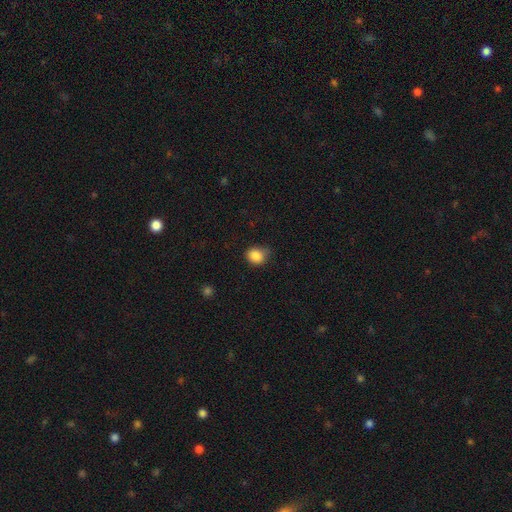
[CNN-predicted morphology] Overall: smooth (86%). How rounded: round (64%; in between 35%). Merging: none (65%; minor disturbance 28%).